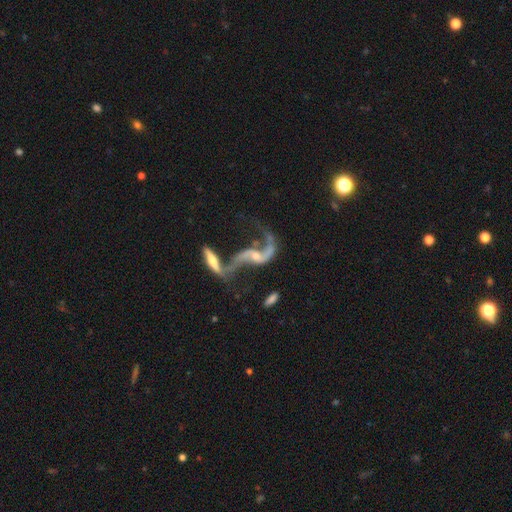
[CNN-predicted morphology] Smooth or featured?
  - featured or disk: 85% *
  - star or artifact: 8%
  - smooth: 7%
Edge-on disk?
  - no: 91% *
  - yes: 9%
Bar?
  - no: 52% *
  - weak: 33%
  - strong: 16%
Spiral arms?
  - yes: 89% *
  - no: 11%
Spiral winding?
  - loose: 89% *
  - medium: 8%
  - tight: 3%
Spiral arm count?
  - 2: 86% *
  - 1: 8%
  - can't tell: 3%
  - 3: 1%
  - 4: 1%
  - more than 4: 1%
Bulge size?
  - small: 54% *
  - moderate: 29%
  - none: 12%
  - large: 3%
  - dominant: 1%
Merging?
  - merger: 45% *
  - none: 24%
  - major disturbance: 19%
  - minor disturbance: 11%